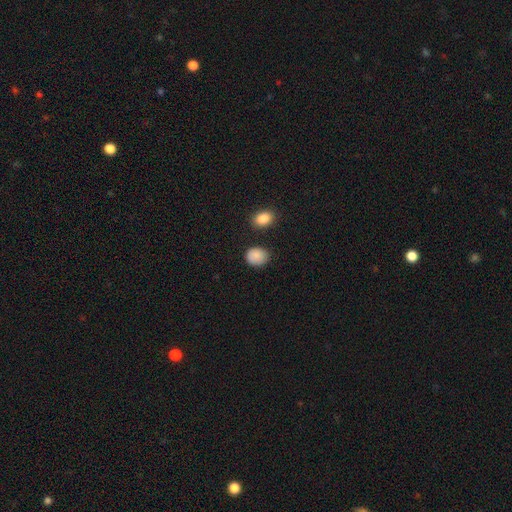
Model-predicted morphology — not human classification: Smooth or featured? Predicted: smooth (p=0.88). How rounded? Predicted: round (p=0.53). Merging? Predicted: none (p=0.76).